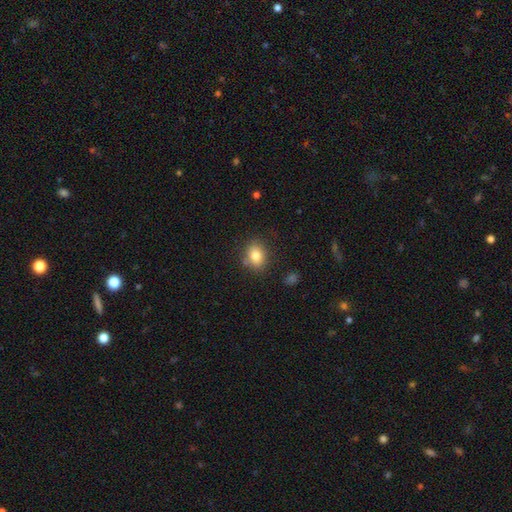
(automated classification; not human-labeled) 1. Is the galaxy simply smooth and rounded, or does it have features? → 81% smooth, 10% star or artifact, 9% featured or disk.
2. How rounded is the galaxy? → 50% in between, 49% round, 1% cigar-shaped.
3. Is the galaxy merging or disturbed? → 80% none, 14% minor disturbance, 3% major disturbance, 3% merger.